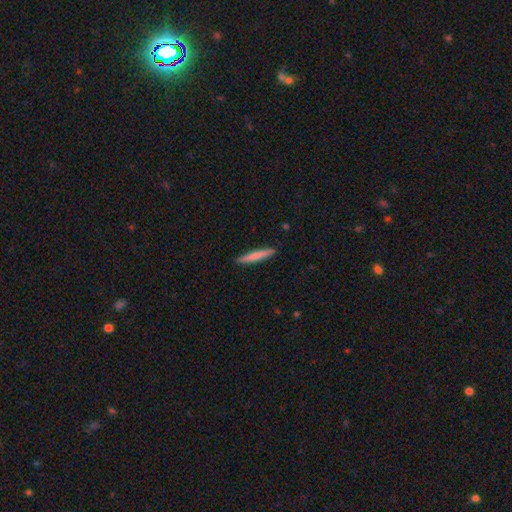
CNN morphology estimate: Smooth or featured: smooth — 75% (featured or disk — 20%)
How rounded: cigar-shaped — 95% (in between — 4%)
Merging: none — 91% (minor disturbance — 6%)